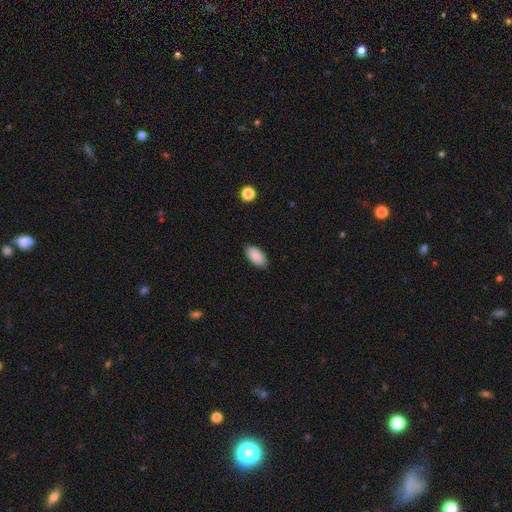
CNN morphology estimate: Smooth or featured: smooth — 90% (star or artifact — 7%)
How rounded: in between — 95% (round — 2%)
Merging: none — 88% (minor disturbance — 9%)